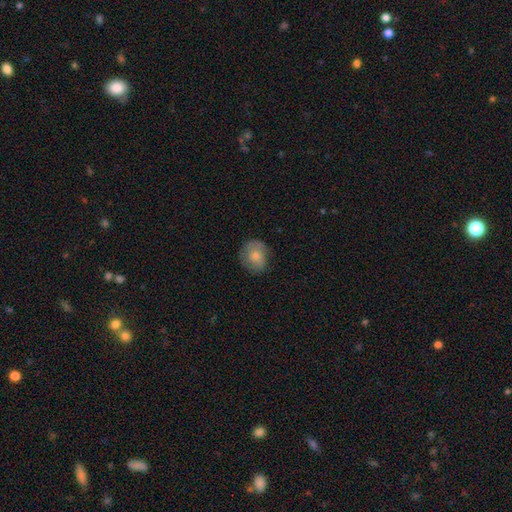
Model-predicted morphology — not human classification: smooth-or-featured: smooth: 63% | featured or disk: 29% | star or artifact: 7%
  how-rounded: round: 75% | in between: 24% | cigar-shaped: 1%
  merging: none: 74% | minor disturbance: 19% | major disturbance: 6% | merger: 1%